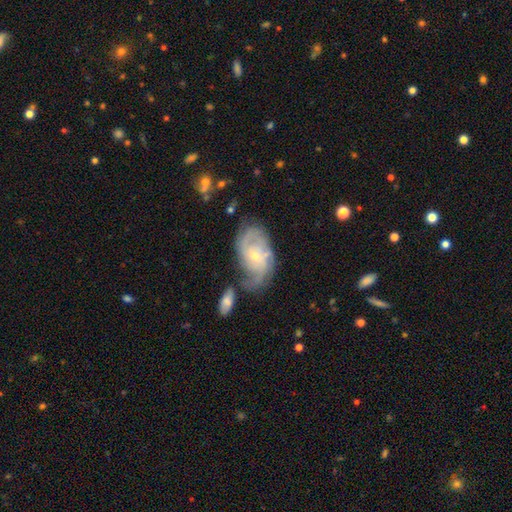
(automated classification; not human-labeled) smooth_or_featured: featured or disk (p=0.76) [alt: smooth p=0.17]
disk_edge_on: no (p=0.96) [alt: yes p=0.04]
bar: no (p=0.59) [alt: weak p=0.35]
has_spiral_arms: yes (p=0.89) [alt: no p=0.11]
spiral_winding: tight (p=0.47) [alt: medium p=0.37]
spiral_arm_count: can't tell (p=0.38) [alt: 2 p=0.33]
bulge_size: small (p=0.67) [alt: moderate p=0.29]
merging: none (p=0.50) [alt: minor disturbance p=0.25]